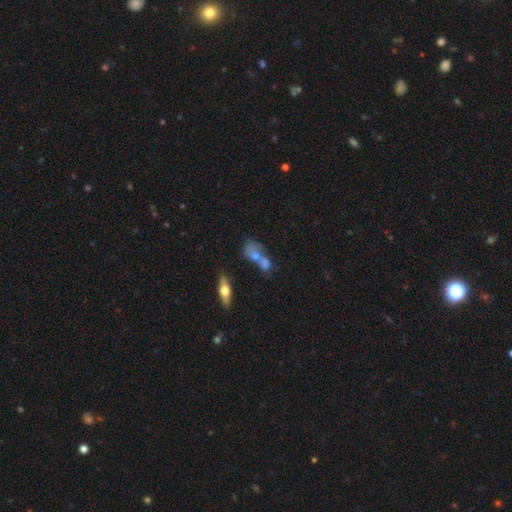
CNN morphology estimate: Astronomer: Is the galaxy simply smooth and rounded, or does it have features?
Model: smooth — 58%.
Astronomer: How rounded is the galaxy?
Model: in between — 62%.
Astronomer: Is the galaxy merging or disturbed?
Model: merger — 52% (runner-up: none, 29%).